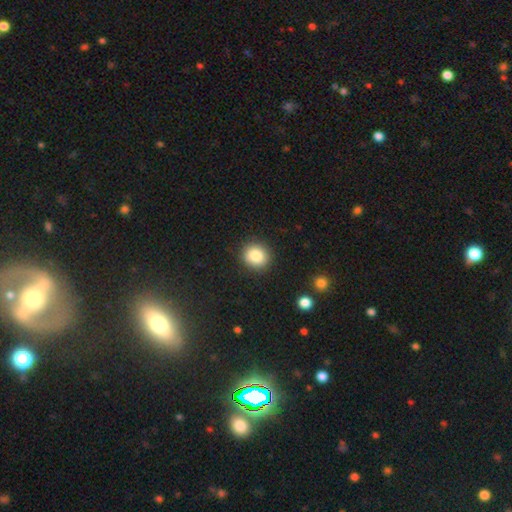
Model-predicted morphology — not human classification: A smooth galaxy with no disk features (85%) that is round (82%). Merging: none (90%).